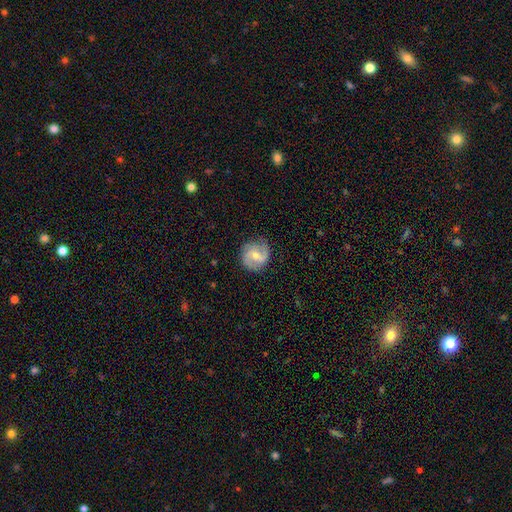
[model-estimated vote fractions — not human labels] featured or disk 76%, smooth 18%, star or artifact 6%. Down the decision tree: edge-on disk — no (98%); bar — weak (50%); spiral arms — yes (94%); spiral arm count — 2 (85%); spiral winding — medium (49%); bulge size — moderate (51%); merging — none (81%).